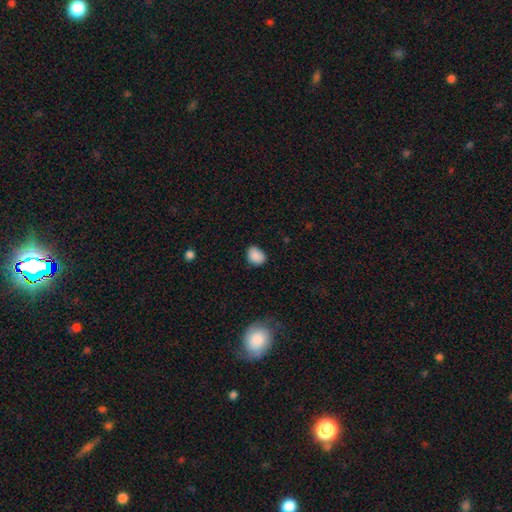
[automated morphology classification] smooth-or-featured: smooth: 88% | star or artifact: 9% | featured or disk: 4%
  how-rounded: in between: 57% | round: 42% | cigar-shaped: 1%
  merging: none: 74% | minor disturbance: 21% | major disturbance: 4% | merger: 1%